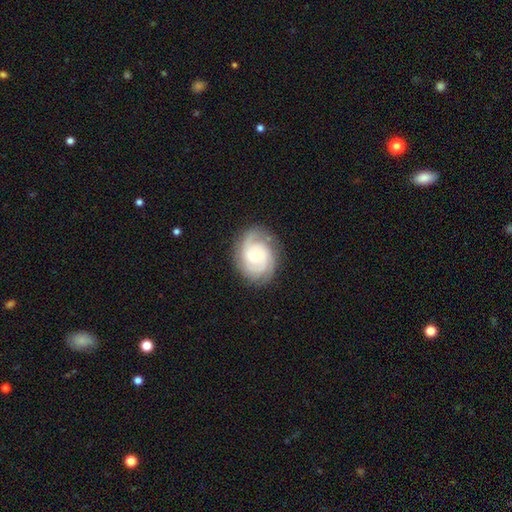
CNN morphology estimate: Smooth or featured?
  - featured or disk: 80% *
  - smooth: 15%
  - star or artifact: 6%
Edge-on disk?
  - no: 97% *
  - yes: 3%
Bar?
  - no: 58% *
  - weak: 36%
  - strong: 6%
Spiral arms?
  - yes: 95% *
  - no: 5%
Spiral winding?
  - tight: 56% *
  - medium: 34%
  - loose: 9%
Spiral arm count?
  - 2: 42% *
  - 3: 25%
  - can't tell: 20%
  - 1: 5%
  - 4: 4%
  - more than 4: 4%
Bulge size?
  - moderate: 67% *
  - small: 25%
  - large: 6%
  - none: 1%
  - dominant: 1%
Merging?
  - none: 78% *
  - minor disturbance: 15%
  - major disturbance: 5%
  - merger: 1%